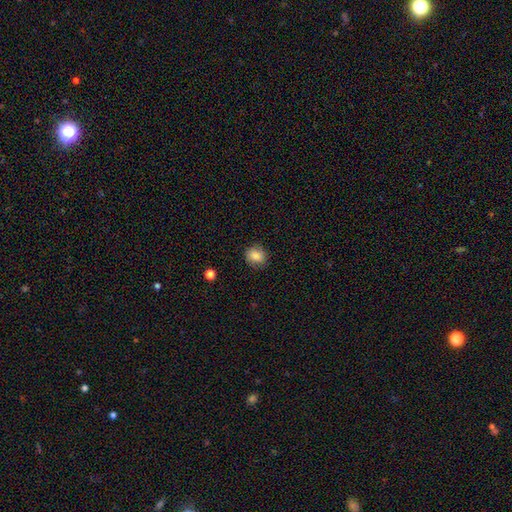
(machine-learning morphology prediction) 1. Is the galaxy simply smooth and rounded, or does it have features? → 82% smooth, 10% star or artifact, 9% featured or disk.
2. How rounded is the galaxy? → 72% round, 27% in between, 1% cigar-shaped.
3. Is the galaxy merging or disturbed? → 84% none, 12% minor disturbance, 3% major disturbance, 1% merger.